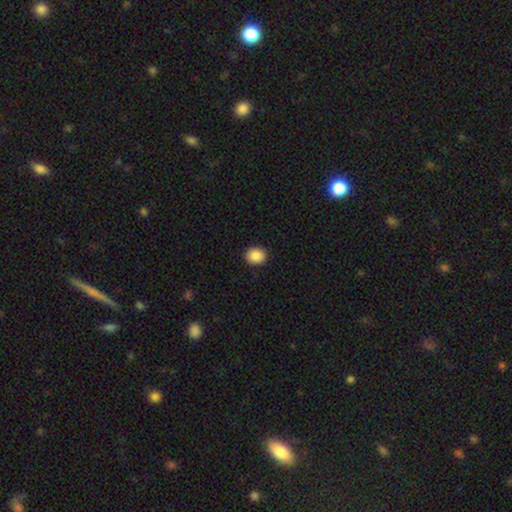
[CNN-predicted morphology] Smooth or featured? smooth (88%)
How rounded? round (68%)
Merging? none (91%)